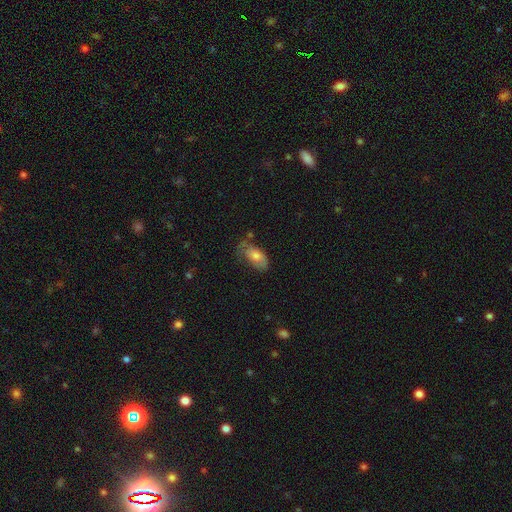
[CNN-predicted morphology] A smooth galaxy with no disk features (65%) that is in between round and cigar-shaped (91%). Merging: none (43%).